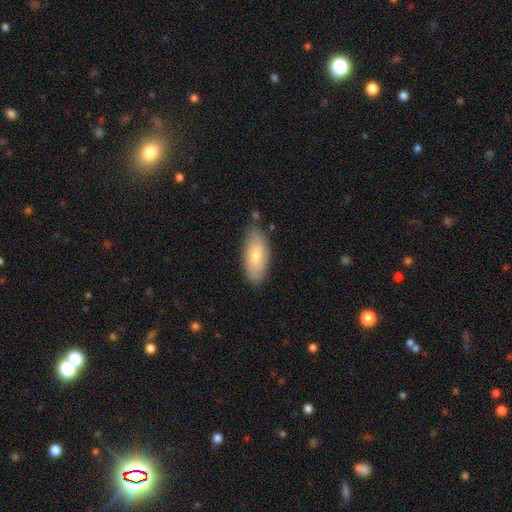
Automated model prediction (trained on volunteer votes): Overall: smooth (68%). How rounded: in between (86%). Merging: none (79%).